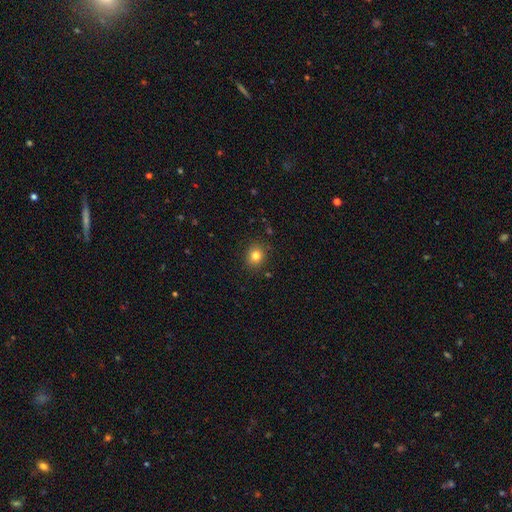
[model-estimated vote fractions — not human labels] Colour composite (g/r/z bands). It shows a smooth galaxy with no disk features (81%) that is round (76%). Merging: none (88%).